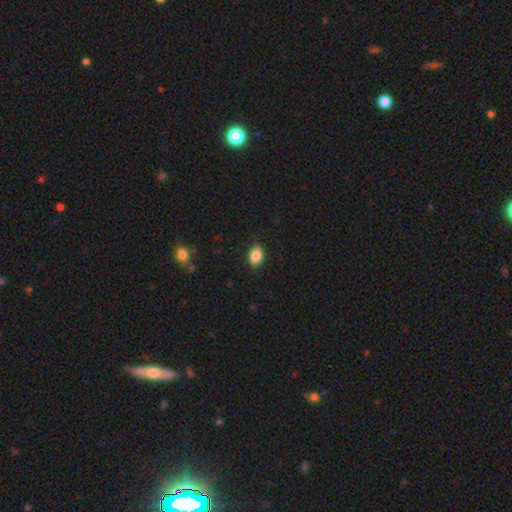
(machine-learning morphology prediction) This appears to be a smooth galaxy with no disk features (85%) that is in between round and cigar-shaped (87%). Merging: none (89%).